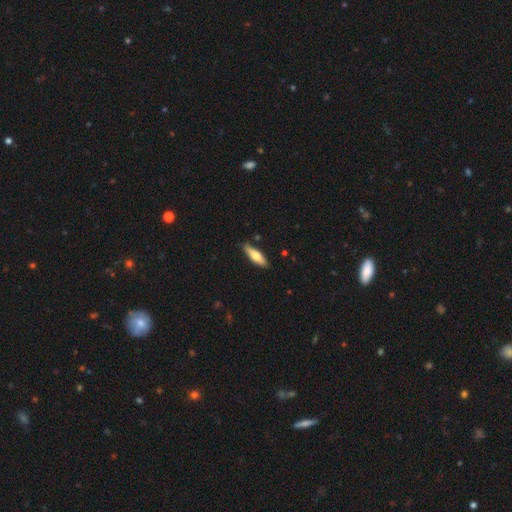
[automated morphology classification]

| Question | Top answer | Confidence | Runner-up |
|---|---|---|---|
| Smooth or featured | smooth | 65% | featured or disk (30%) |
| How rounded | cigar-shaped | 59% | in between (39%) |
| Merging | none | 84% | minor disturbance (12%) |